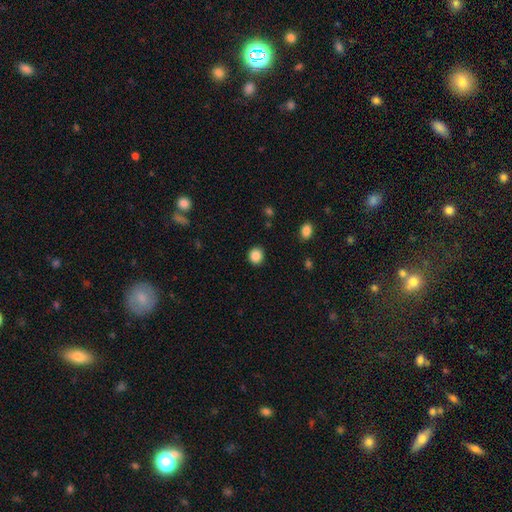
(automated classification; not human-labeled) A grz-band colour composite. It shows a smooth galaxy with no disk features (87%) that is round (81%). Merging: none (88%).